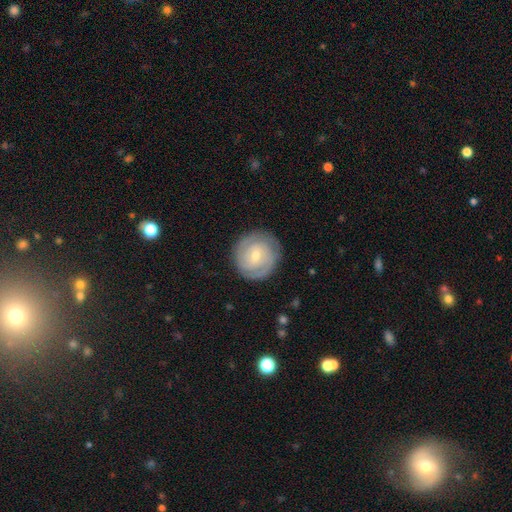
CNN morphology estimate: Smooth or featured? Predicted: featured or disk (p=0.71). Edge-on disk? Predicted: no (p=0.98). Bar? Predicted: no (p=0.48). Spiral arms? Predicted: yes (p=0.90). Spiral winding? Predicted: tight (p=0.75). Spiral arm count? Predicted: 2 (p=0.46). Bulge size? Predicted: small (p=0.56). Merging? Predicted: none (p=0.86).